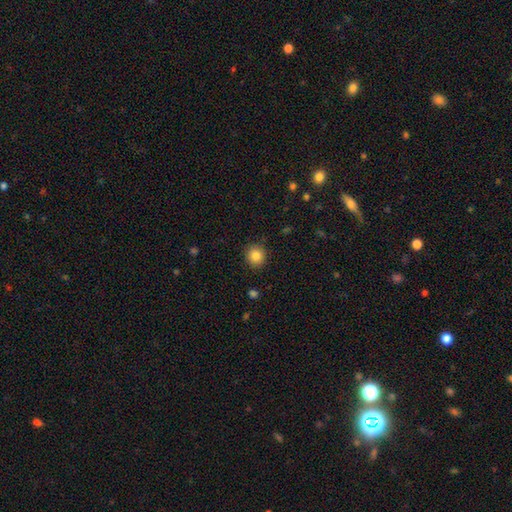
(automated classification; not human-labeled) The model was most divided on "smooth or featured": smooth: 85%, star or artifact: 10%, featured or disk: 5%. More confident: merging — none (90%); how rounded — round (89%).